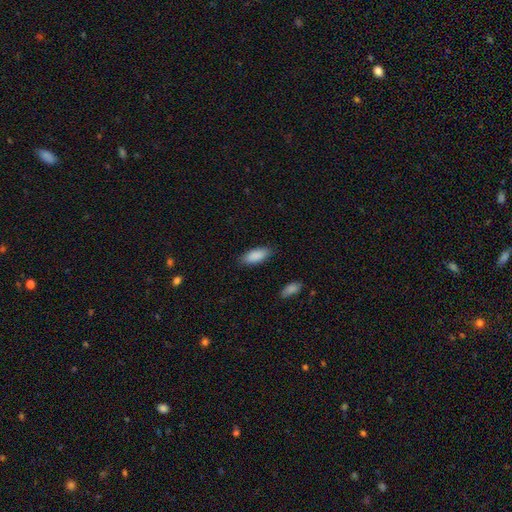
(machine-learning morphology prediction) smooth-or-featured: smooth: 89% | star or artifact: 6% | featured or disk: 5%
  how-rounded: in between: 80% | cigar-shaped: 18% | round: 2%
  merging: none: 86% | minor disturbance: 10% | major disturbance: 2% | merger: 2%